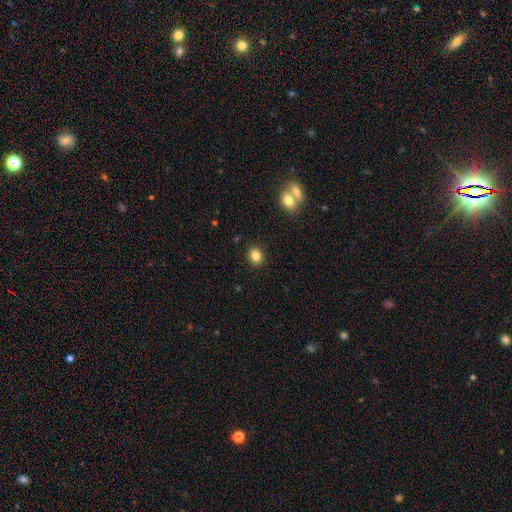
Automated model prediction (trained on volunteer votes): Overall: smooth (84%). How rounded: round (64%; in between 35%). Merging: none (89%).